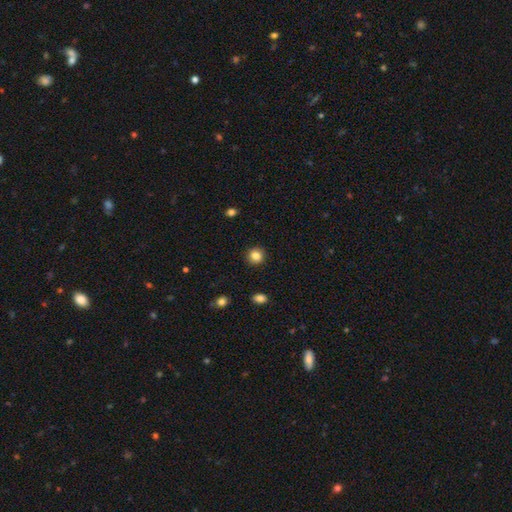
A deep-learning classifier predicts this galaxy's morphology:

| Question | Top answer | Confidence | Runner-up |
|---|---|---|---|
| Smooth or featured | smooth | 84% | star or artifact (10%) |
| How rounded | round | 89% | in between (10%) |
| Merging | none | 91% | minor disturbance (6%) |